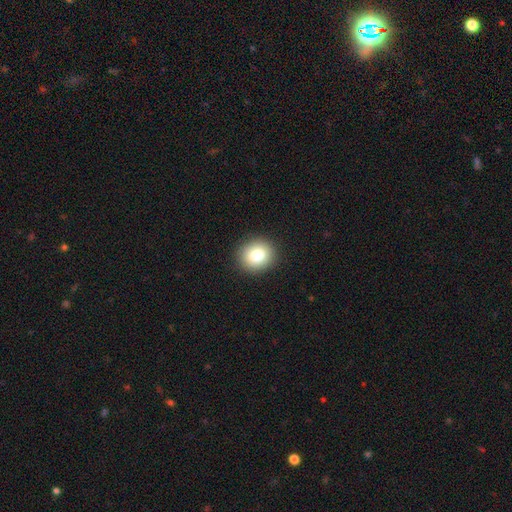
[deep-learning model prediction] A smooth galaxy with no disk features (82%) that is round (71%). Merging: none (91%).